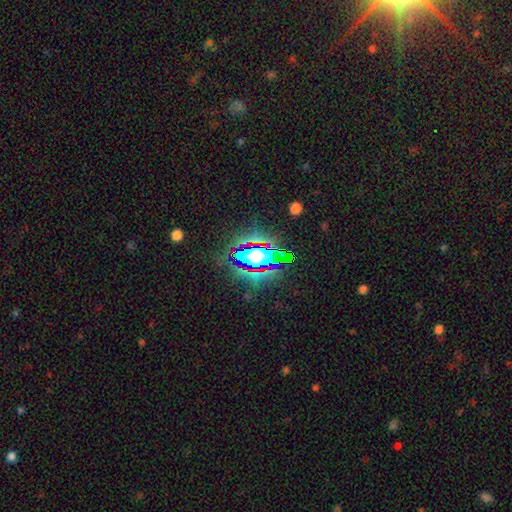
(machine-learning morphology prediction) star or artifact 59%, smooth 26%, featured or disk 15%.